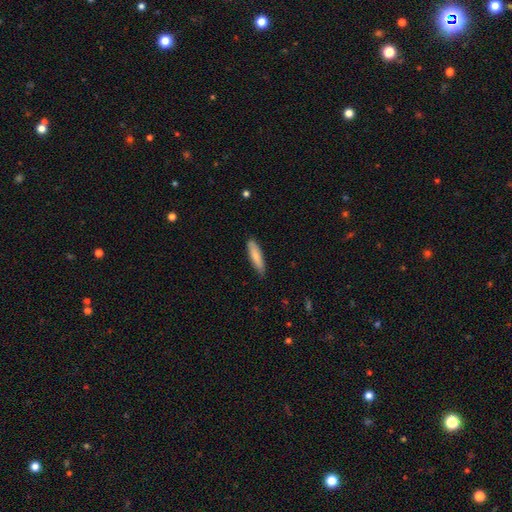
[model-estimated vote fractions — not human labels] This appears to be a smooth galaxy with no disk features (79%) that is cigar-shaped (76%). Merging: none (84%).